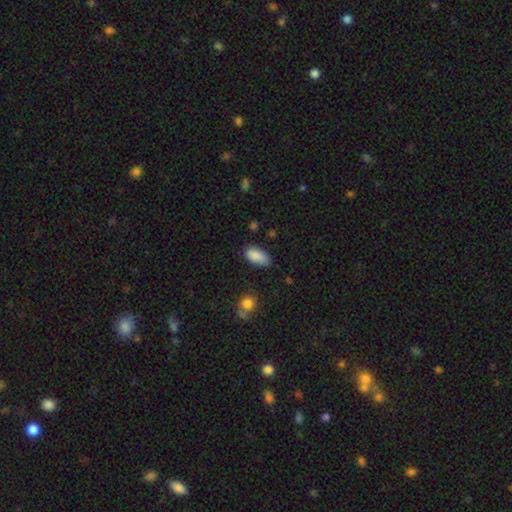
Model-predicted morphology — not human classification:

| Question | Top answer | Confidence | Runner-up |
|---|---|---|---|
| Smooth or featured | smooth | 88% | star or artifact (8%) |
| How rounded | in between | 92% | cigar-shaped (5%) |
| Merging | none | 68% | minor disturbance (25%) |